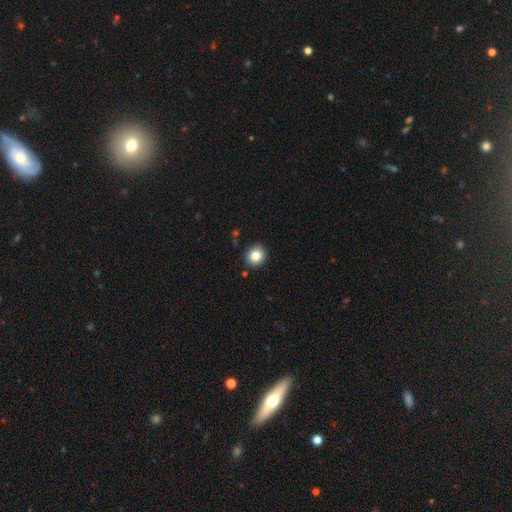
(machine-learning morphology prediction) smooth_or_featured: smooth (p=0.83) [alt: star or artifact p=0.10]
how_rounded: round (p=0.76) [alt: in between p=0.23]
merging: none (p=0.89) [alt: minor disturbance p=0.07]